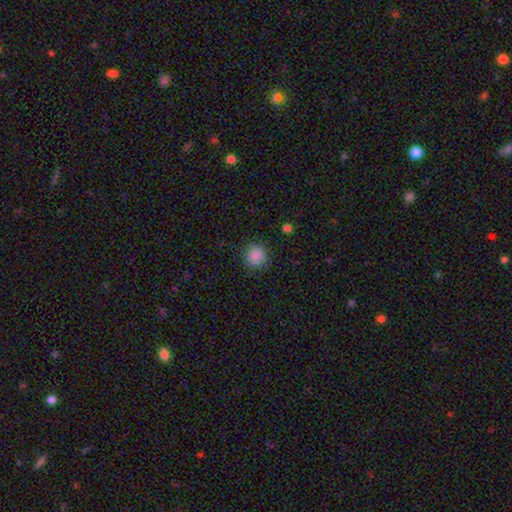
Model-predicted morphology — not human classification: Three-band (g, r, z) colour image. It shows a smooth galaxy with no disk features (87%) that is round (92%). Merging: none (87%).